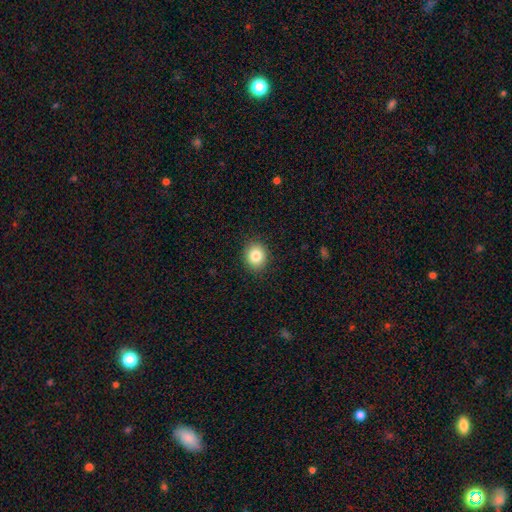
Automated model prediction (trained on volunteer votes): Morphology: type=smooth (84%); roundness=round (69%); merging=none (90%).